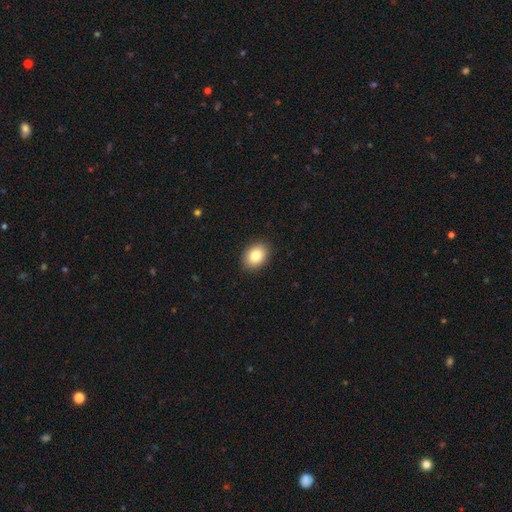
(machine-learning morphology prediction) smooth-or-featured: smooth: 84% | star or artifact: 8% | featured or disk: 8%
  how-rounded: in between: 68% | round: 31% | cigar-shaped: 1%
  merging: none: 90% | minor disturbance: 7% | major disturbance: 2% | merger: 1%